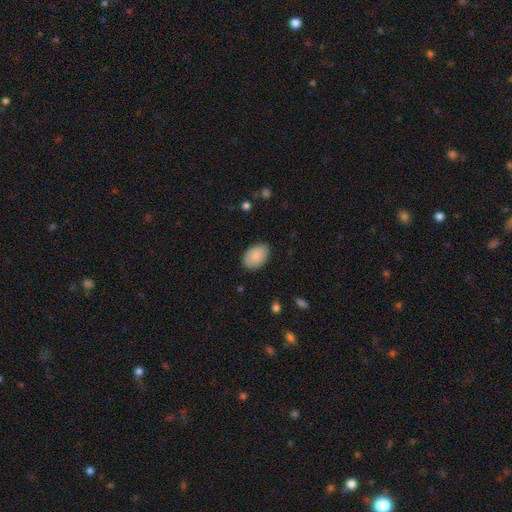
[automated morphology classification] type=smooth (89%); roundness=in between (89%); merging=none (87%).